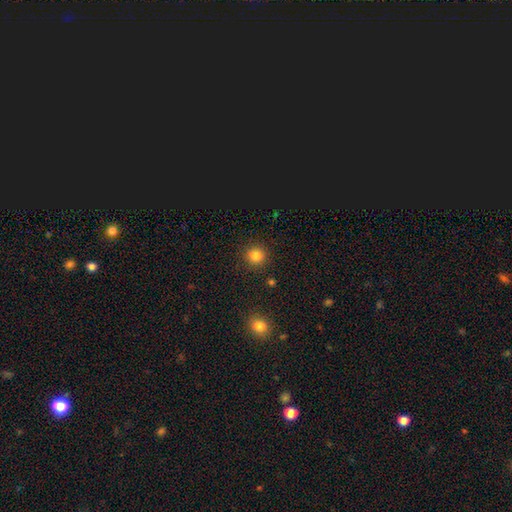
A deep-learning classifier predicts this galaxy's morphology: Q: Smooth or featured?
A: smooth (83%); runner-up: star or artifact (13%)
Q: How rounded?
A: round (91%); runner-up: in between (8%)
Q: Merging?
A: none (90%); runner-up: minor disturbance (6%)